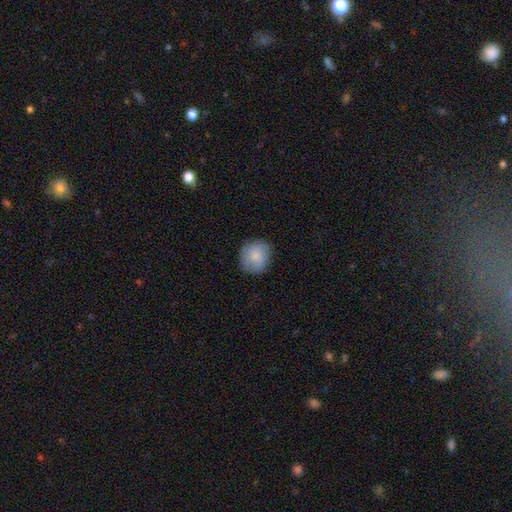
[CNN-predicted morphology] smooth_or_featured: smooth (p=0.83) [alt: featured or disk p=0.11]
how_rounded: round (p=0.82) [alt: in between p=0.17]
merging: none (p=0.81) [alt: minor disturbance p=0.15]